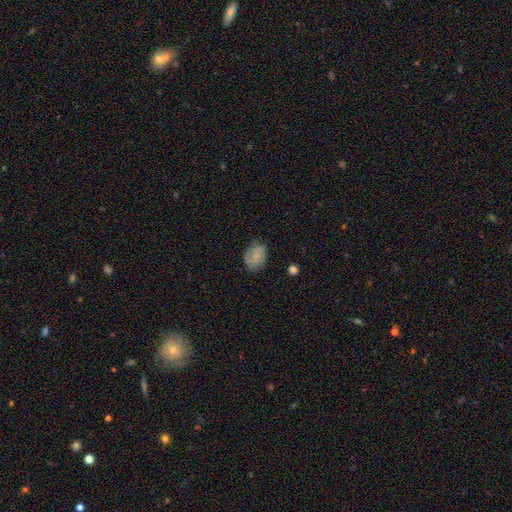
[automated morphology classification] Smooth or featured? smooth (65%)
How rounded? in between (61%)
Merging? none (69%)